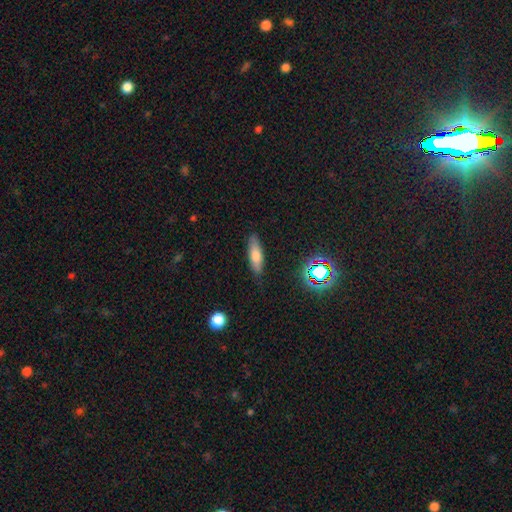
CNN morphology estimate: smooth 69%, featured or disk 21%, star or artifact 10%. Down the decision tree: how rounded — cigar-shaped (60%); merging — none (85%).